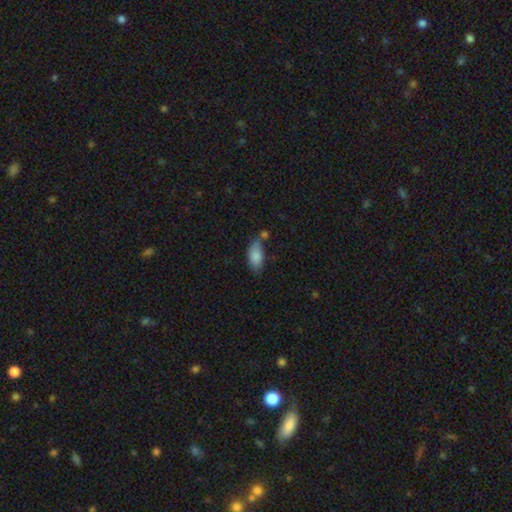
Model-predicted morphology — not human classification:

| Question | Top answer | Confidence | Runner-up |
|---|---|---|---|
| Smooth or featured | smooth | 84% | featured or disk (9%) |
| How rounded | in between | 91% | cigar-shaped (5%) |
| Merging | none | 46% | minor disturbance (27%) |